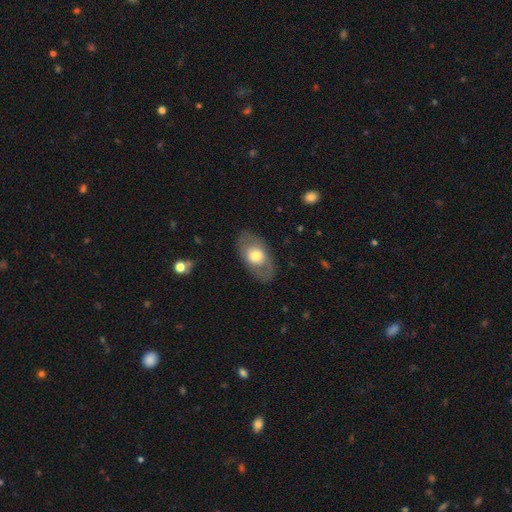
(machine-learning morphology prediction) type=smooth (55%); roundness=in between (85%); merging=none (80%).